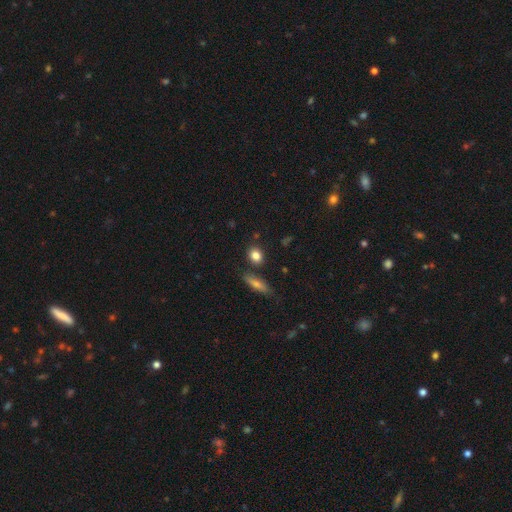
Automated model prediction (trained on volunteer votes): smooth 83%, star or artifact 9%, featured or disk 8%. Down the decision tree: how rounded — round (57%); merging — none (80%).